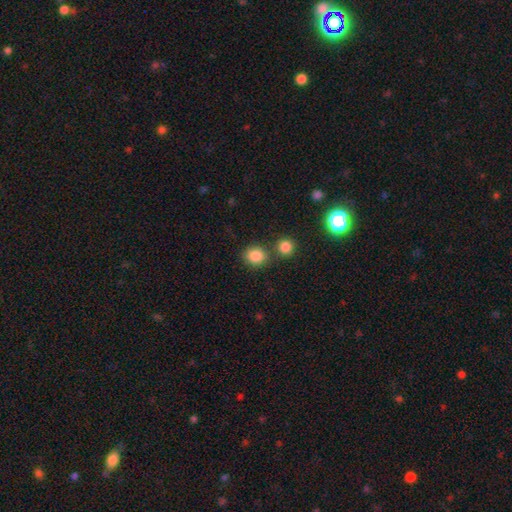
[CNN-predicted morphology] The model was most divided on "merging": none: 67%, merger: 20%, minor disturbance: 10%, major disturbance: 4%. More confident: smooth or featured — smooth (85%); how rounded — round (74%).